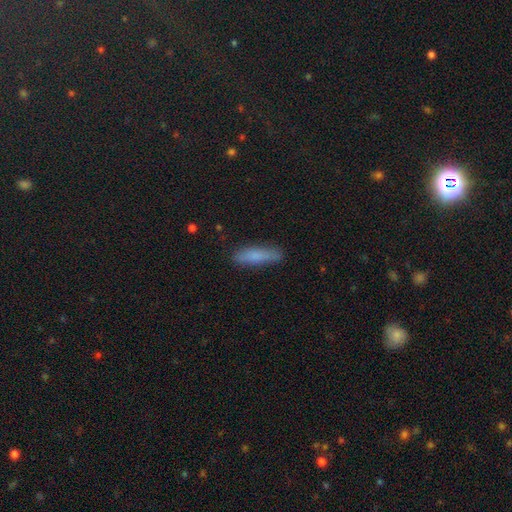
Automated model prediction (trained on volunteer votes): This is likely a smooth galaxy (79%). How rounded: likely cigar-shaped (78%). Merging: clearly none (83%).